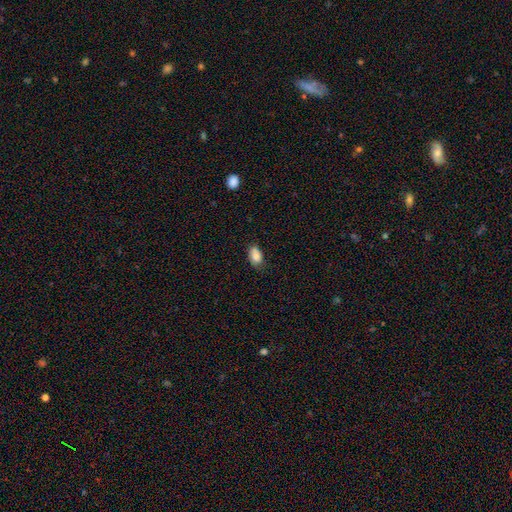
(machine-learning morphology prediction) smooth 85%, star or artifact 8%, featured or disk 7%. Down the decision tree: how rounded — in between (88%); merging — none (63%).